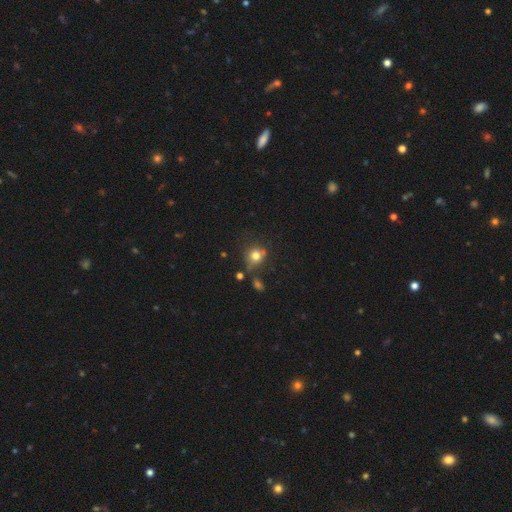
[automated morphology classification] A smooth galaxy with no disk features (75%) that is round (78%). Merging: none (56%).